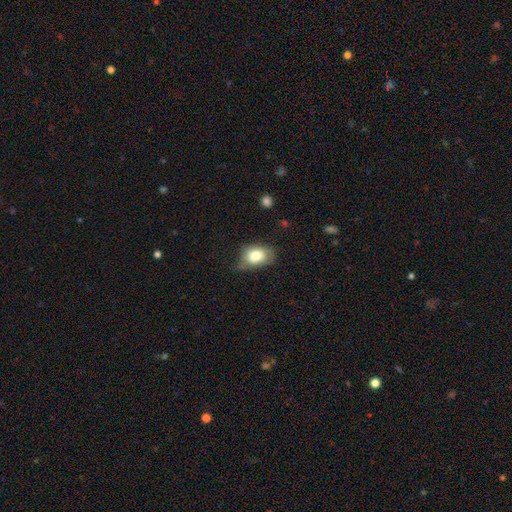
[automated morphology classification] Overall: smooth (79%). How rounded: in between (77%). Merging: none (42%; minor disturbance 40%).